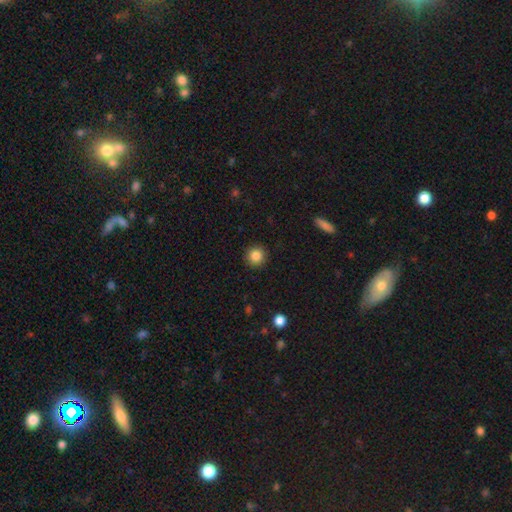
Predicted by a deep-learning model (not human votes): Smooth or featured: smooth — 85% (star or artifact — 10%)
How rounded: round — 94% (in between — 5%)
Merging: none — 92% (minor disturbance — 5%)